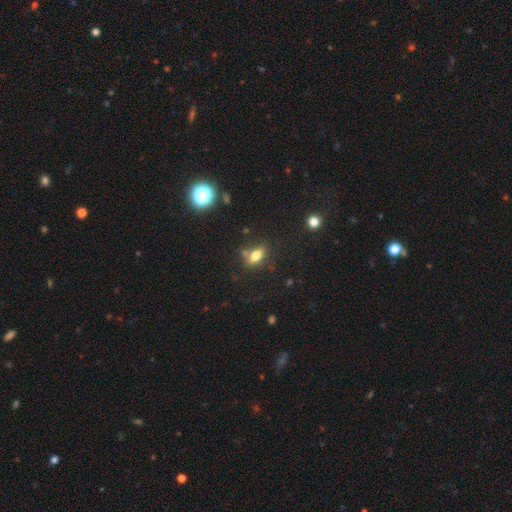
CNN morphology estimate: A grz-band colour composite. It shows a smooth galaxy with no disk features (70%) that is in between round and cigar-shaped (78%). Merging: none (71%).